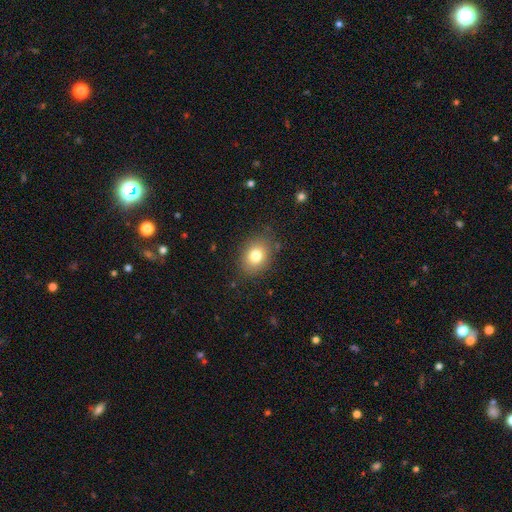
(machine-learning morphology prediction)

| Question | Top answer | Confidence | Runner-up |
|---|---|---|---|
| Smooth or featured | smooth | 79% | star or artifact (11%) |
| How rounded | in between | 56% | round (43%) |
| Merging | none | 83% | minor disturbance (12%) |